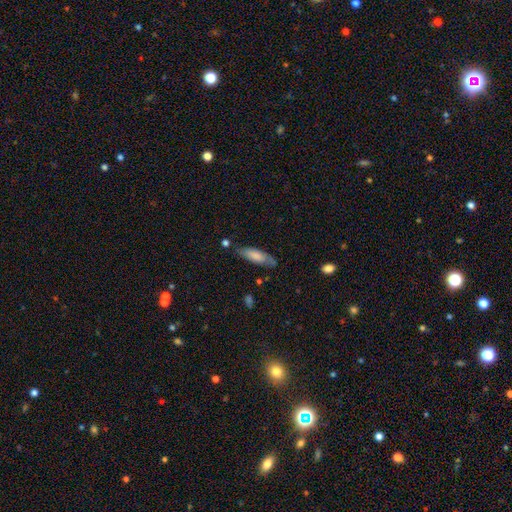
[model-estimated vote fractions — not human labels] Smooth or featured: smooth — 71% (featured or disk — 23%)
How rounded: in between — 51% (cigar-shaped — 47%)
Merging: none — 69% (minor disturbance — 22%)